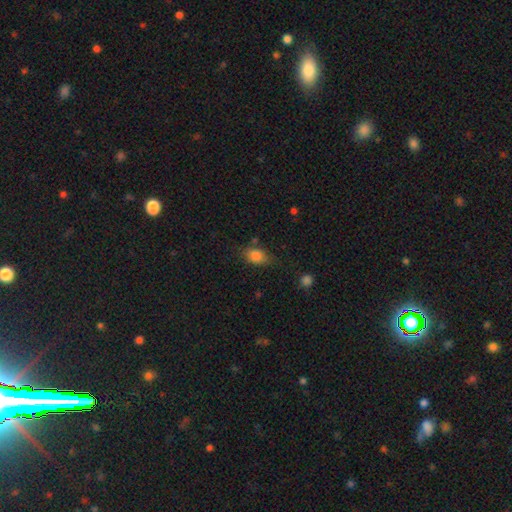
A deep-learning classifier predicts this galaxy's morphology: type=smooth (83%); roundness=in between (79%); merging=none (67%).